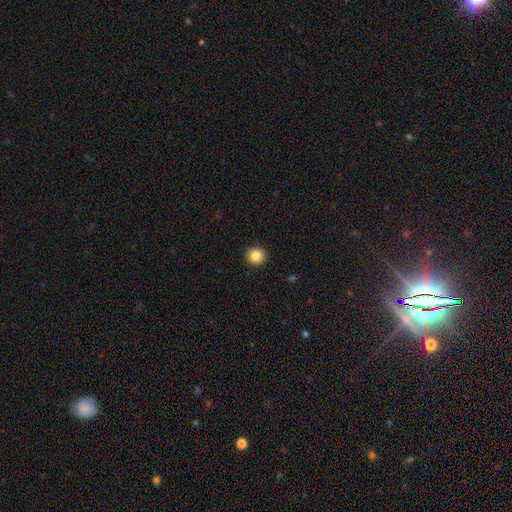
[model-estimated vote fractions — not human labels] smooth 84%, star or artifact 10%, featured or disk 6%. Down the decision tree: how rounded — round (88%); merging — none (93%).